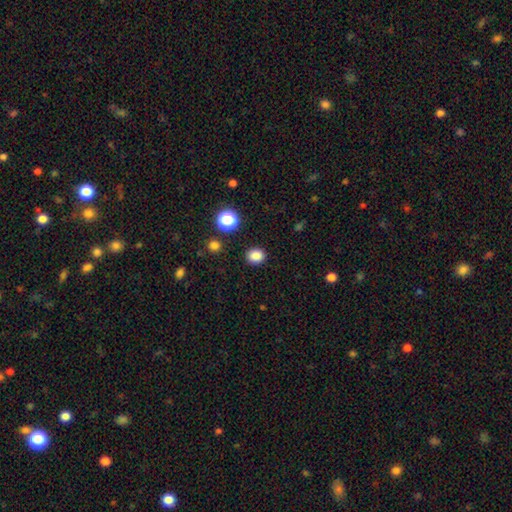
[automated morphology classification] This appears to be a smooth galaxy with no disk features (84%) that is round (67%). Merging: none (88%).